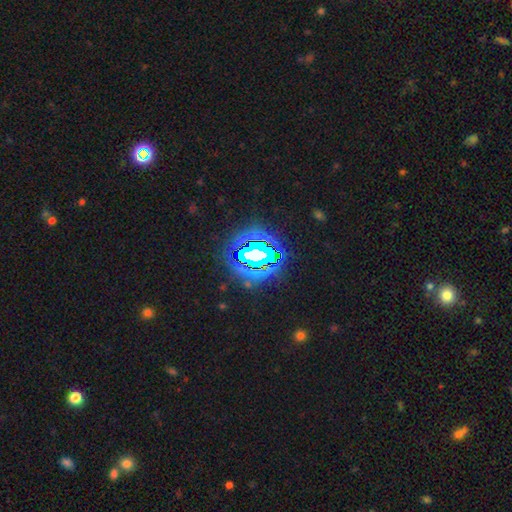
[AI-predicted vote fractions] Overall: star or artifact (73%).